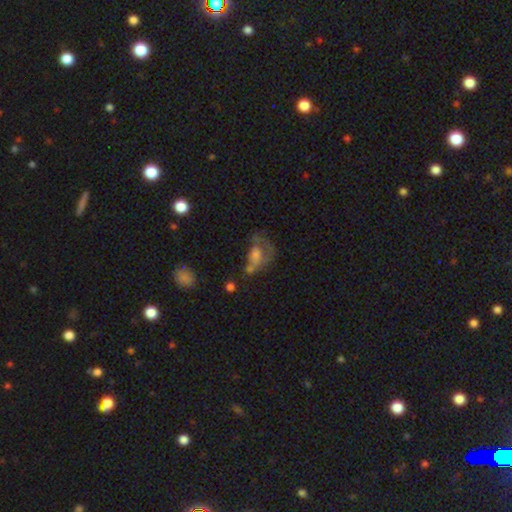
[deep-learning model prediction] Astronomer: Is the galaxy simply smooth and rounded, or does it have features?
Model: smooth — 43% (runner-up: featured or disk, 41%).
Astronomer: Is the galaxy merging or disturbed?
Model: major disturbance — 41% (runner-up: none, 25%).